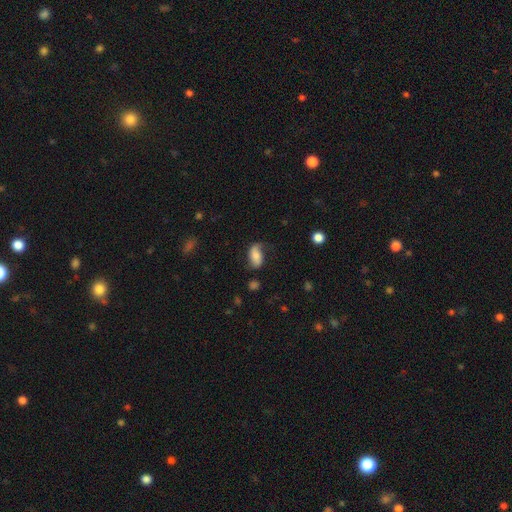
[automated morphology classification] type=smooth (55%); roundness=in between (90%); merging=none (52%).